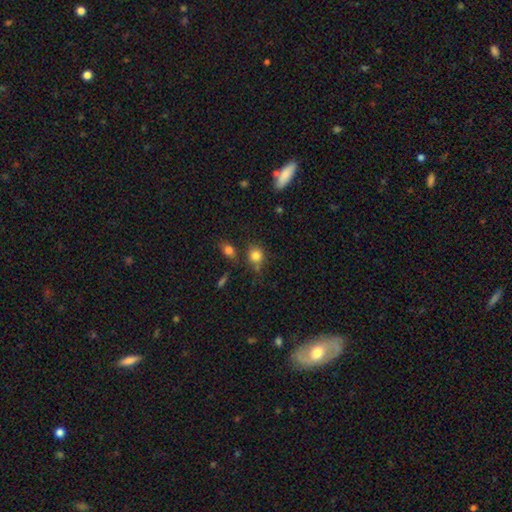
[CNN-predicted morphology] A smooth galaxy with no disk features (82%) that is round (77%).

Vote fractions:
- Smooth or featured? smooth: 82% / star or artifact: 12% / featured or disk: 7%
- How rounded? round: 77% / in between: 22% / cigar-shaped: 1%
- Merging? none: 66% / minor disturbance: 17% / merger: 12% / major disturbance: 6%